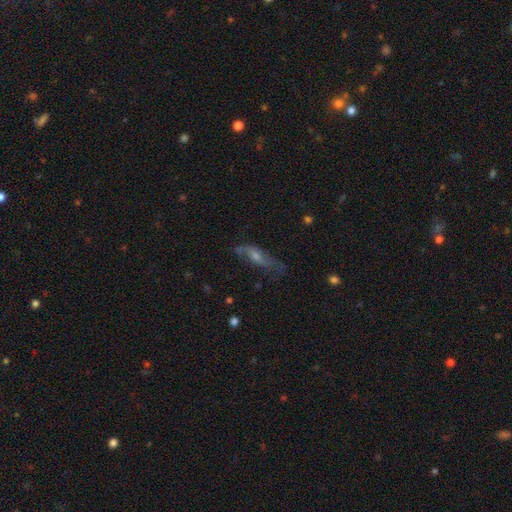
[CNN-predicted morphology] A featured or disk galaxy (61%).

Vote fractions:
- Smooth or featured? featured or disk: 61% / smooth: 28% / star or artifact: 11%
- Edge-on disk? no: 66% / yes: 34%
- Merging? none: 56% / minor disturbance: 24% / major disturbance: 17% / merger: 3%